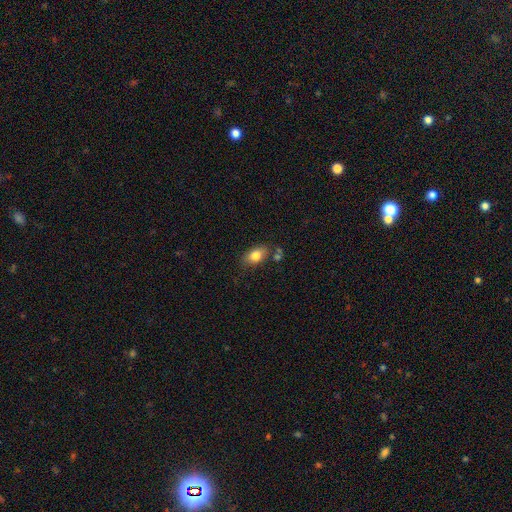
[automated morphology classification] Smooth or featured: smooth — 80% (featured or disk — 12%)
How rounded: in between — 86% (round — 11%)
Merging: none — 71% (minor disturbance — 17%)